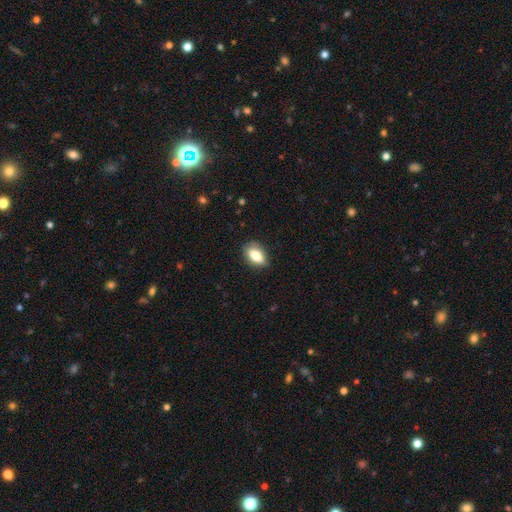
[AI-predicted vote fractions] smooth 77%, featured or disk 15%, star or artifact 8%. Down the decision tree: how rounded — in between (88%); merging — none (80%).